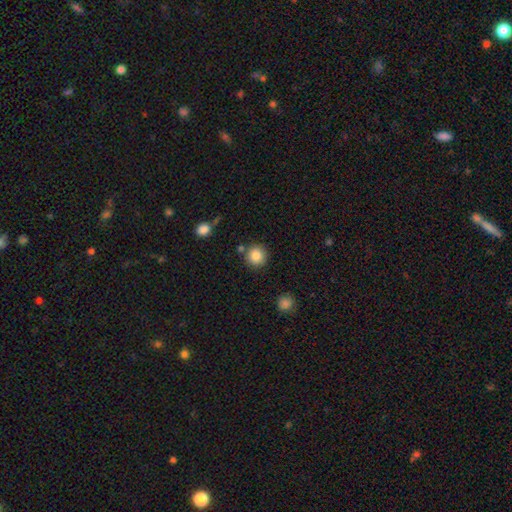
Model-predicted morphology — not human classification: This appears to be a smooth galaxy with no disk features (85%) that is round (94%). Merging: none (82%).